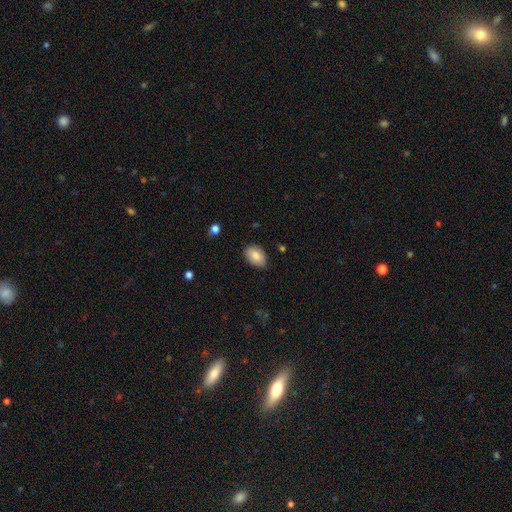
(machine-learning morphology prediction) A smooth galaxy with no disk features (82%) that is in between round and cigar-shaped (89%).

Vote fractions:
- Smooth or featured? smooth: 82% / featured or disk: 11% / star or artifact: 7%
- How rounded? in between: 89% / round: 10% / cigar-shaped: 1%
- Merging? none: 83% / minor disturbance: 14% / major disturbance: 2% / merger: 1%